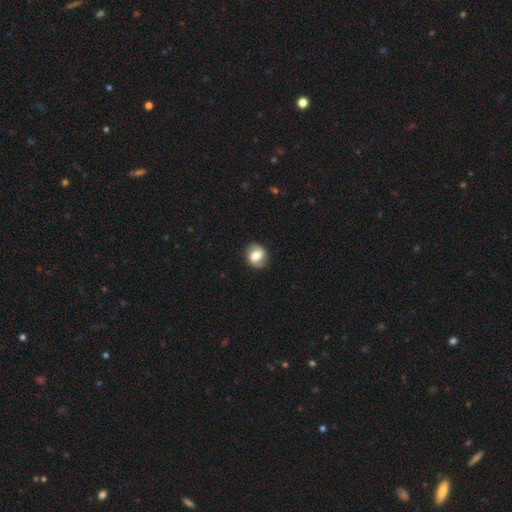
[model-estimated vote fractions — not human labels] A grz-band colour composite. It shows a smooth galaxy with no disk features (59%) that is round (69%). Merging: none (84%).